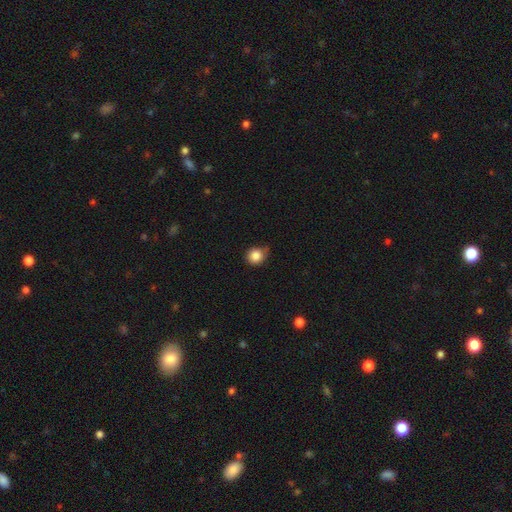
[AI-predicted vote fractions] The model was most divided on "merging": none: 67%, minor disturbance: 26%, major disturbance: 4%, merger: 3%. More confident: how rounded — round (85%); smooth or featured — smooth (84%).